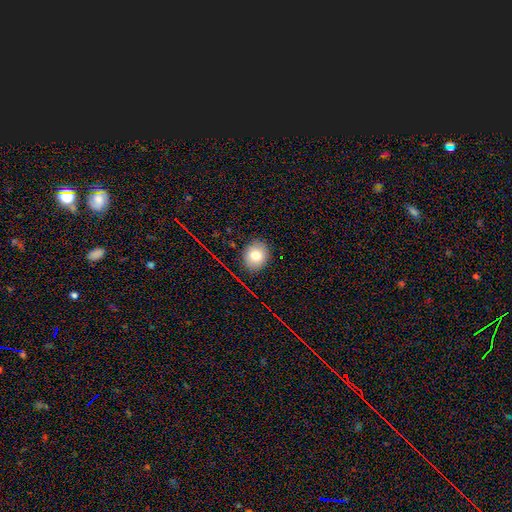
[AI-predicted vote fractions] A smooth galaxy with no disk features (77%) that is round (61%). Merging: none (86%).